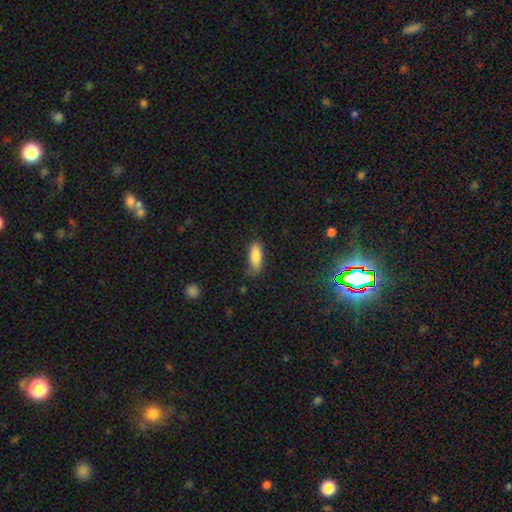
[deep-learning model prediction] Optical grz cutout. It shows a smooth galaxy with no disk features (84%) that is in between round and cigar-shaped (70%). Merging: none (71%).